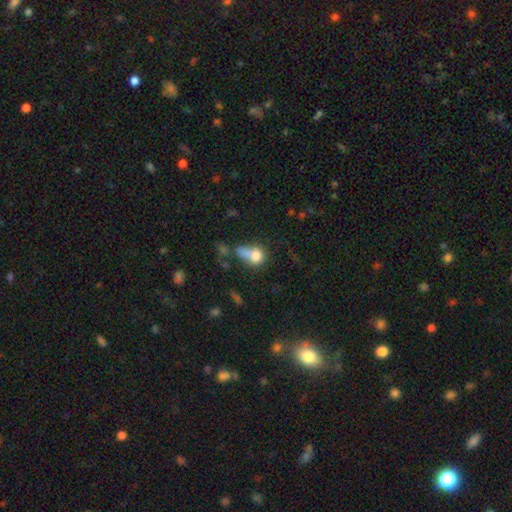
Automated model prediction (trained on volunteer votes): This appears to be a smooth galaxy with no disk features (73%) that is round (58%). Merging: merger (42%).